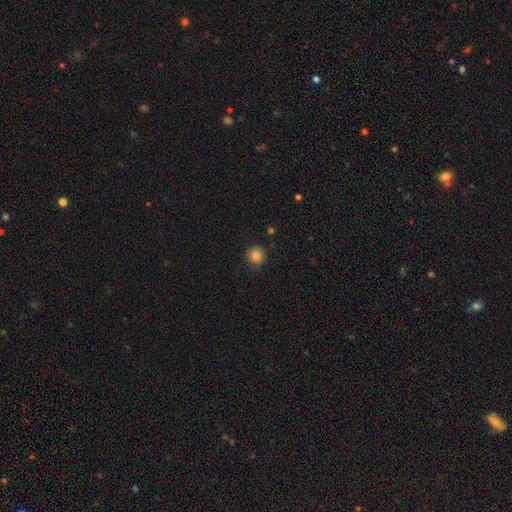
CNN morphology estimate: Q: Smooth or featured?
A: smooth (84%); runner-up: star or artifact (11%)
Q: How rounded?
A: round (91%); runner-up: in between (8%)
Q: Merging?
A: none (85%); runner-up: minor disturbance (11%)